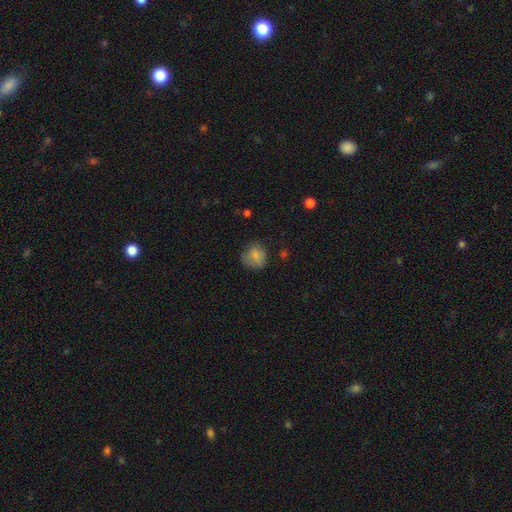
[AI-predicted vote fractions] Q: Smooth or featured?
A: smooth (80%); runner-up: featured or disk (11%)
Q: How rounded?
A: round (82%); runner-up: in between (18%)
Q: Merging?
A: none (69%); runner-up: minor disturbance (22%)